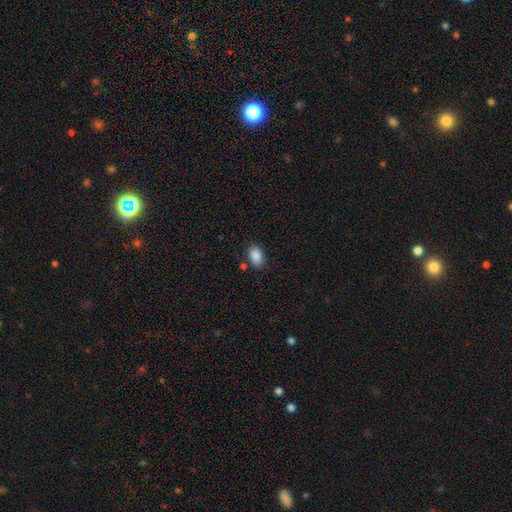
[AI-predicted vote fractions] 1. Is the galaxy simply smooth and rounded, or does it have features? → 88% smooth, 8% star or artifact, 4% featured or disk.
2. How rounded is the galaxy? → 89% in between, 9% round, 1% cigar-shaped.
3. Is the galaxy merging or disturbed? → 79% none, 13% minor disturbance, 5% merger, 3% major disturbance.